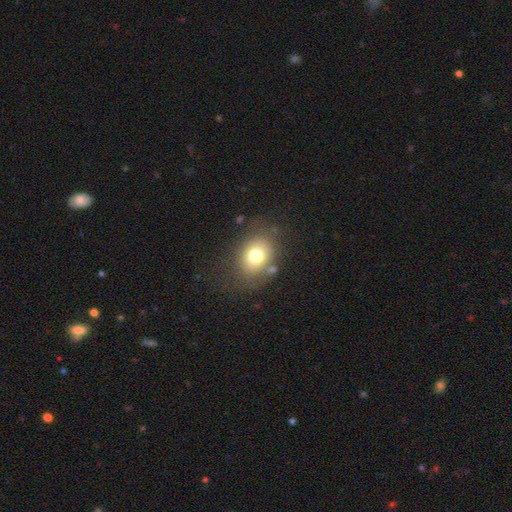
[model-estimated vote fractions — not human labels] Overall: smooth (74%). How rounded: in between (56%; round 43%). Merging: none (74%).